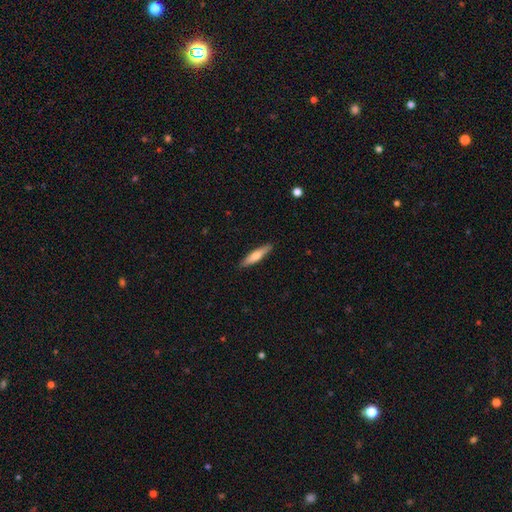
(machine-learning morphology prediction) smooth-or-featured: smooth: 59% | featured or disk: 36% | star or artifact: 5%
  how-rounded: cigar-shaped: 83% | in between: 15% | round: 2%
  merging: none: 90% | minor disturbance: 8% | major disturbance: 2% | merger: 1%